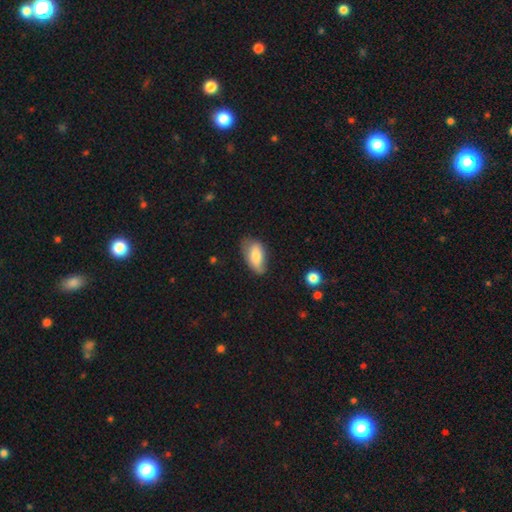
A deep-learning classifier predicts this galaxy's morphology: Overall: smooth (76%). How rounded: in between (90%). Merging: none (56%; minor disturbance 34%).